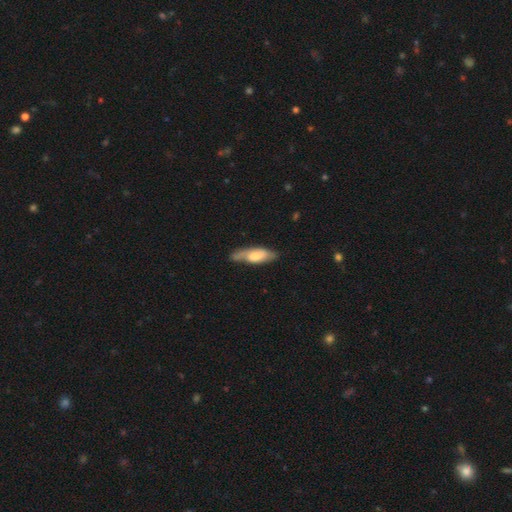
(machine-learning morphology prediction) Smooth or featured: smooth — 52% (featured or disk — 42%)
How rounded: in between — 60% (cigar-shaped — 38%)
Merging: none — 65% (minor disturbance — 25%)